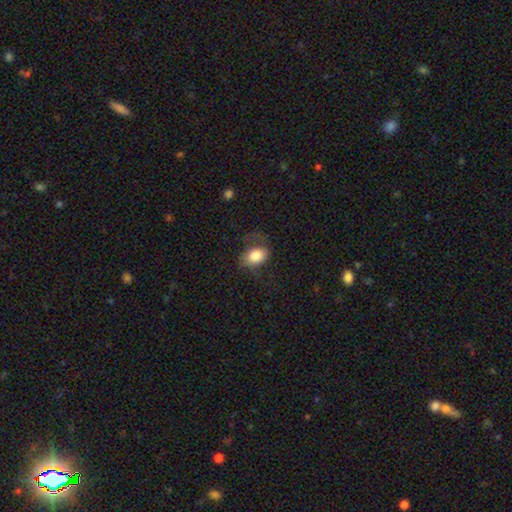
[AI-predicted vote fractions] Smooth or featured? Predicted: smooth (p=0.78). How rounded? Predicted: in between (p=0.75). Merging? Predicted: none (p=0.54).